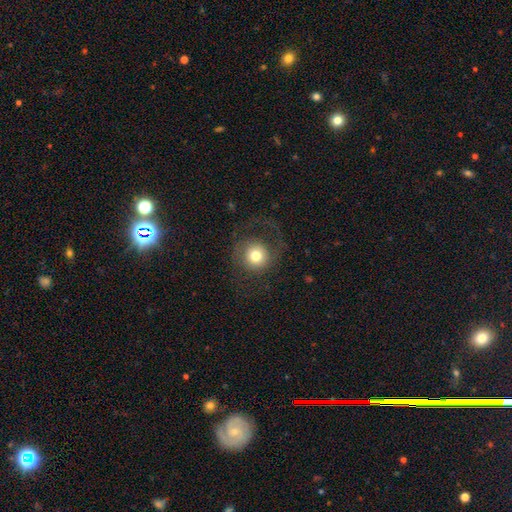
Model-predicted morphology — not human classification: Q: Smooth or featured?
A: smooth (65%); runner-up: featured or disk (24%)
Q: How rounded?
A: round (92%); runner-up: in between (7%)
Q: Merging?
A: none (62%); runner-up: major disturbance (24%)